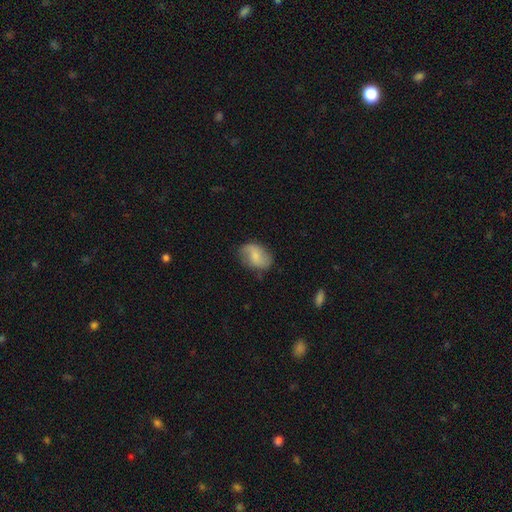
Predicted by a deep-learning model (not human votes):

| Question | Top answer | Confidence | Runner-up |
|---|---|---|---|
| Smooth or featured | smooth | 57% | featured or disk (36%) |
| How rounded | in between | 77% | round (22%) |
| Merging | none | 67% | minor disturbance (24%) |